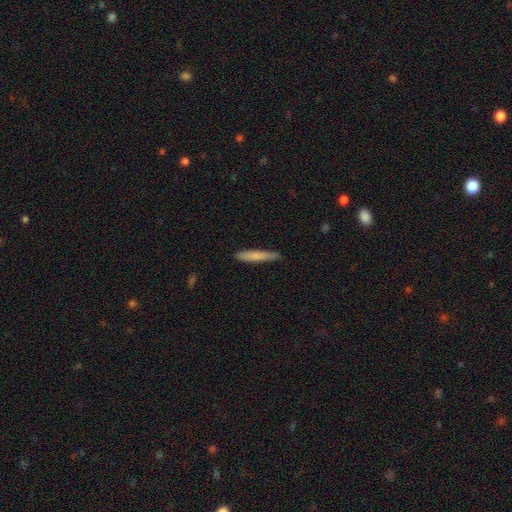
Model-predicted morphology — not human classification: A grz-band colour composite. It shows a smooth galaxy with no disk features (74%) that is cigar-shaped (94%). Merging: none (87%).